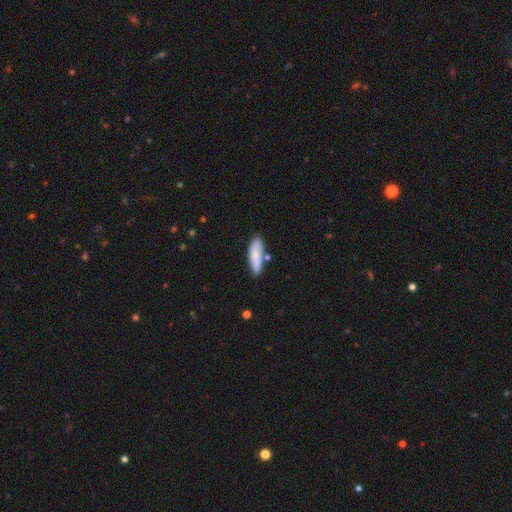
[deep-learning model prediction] Morphology: type=smooth (80%); roundness=in between (54%); merging=none (69%).